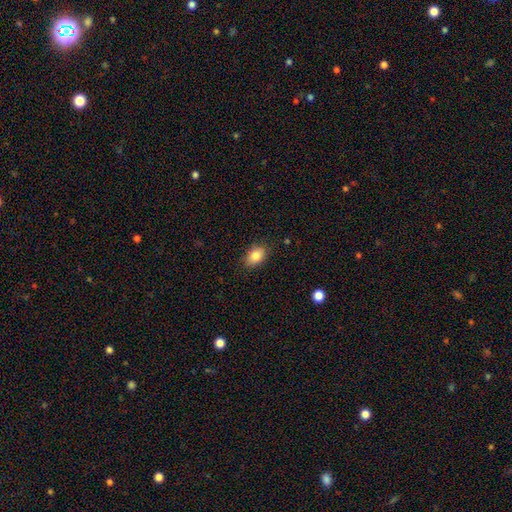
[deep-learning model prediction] Morphology: type=smooth (84%); roundness=in between (84%); merging=none (85%).